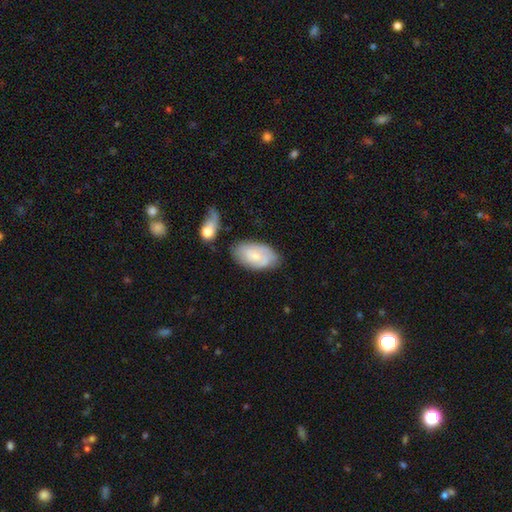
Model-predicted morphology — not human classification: smooth_or_featured: smooth (p=0.53) [alt: featured or disk p=0.40]
how_rounded: in between (p=0.93) [alt: round p=0.05]
merging: none (p=0.63) [alt: minor disturbance p=0.22]